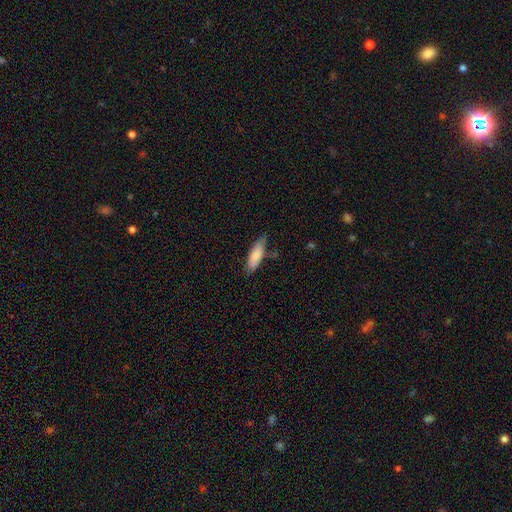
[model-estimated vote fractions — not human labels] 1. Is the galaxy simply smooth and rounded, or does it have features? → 83% smooth, 11% featured or disk, 6% star or artifact.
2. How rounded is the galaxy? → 50% in between, 49% cigar-shaped, 2% round.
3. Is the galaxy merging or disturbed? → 71% none, 22% minor disturbance, 4% major disturbance, 3% merger.